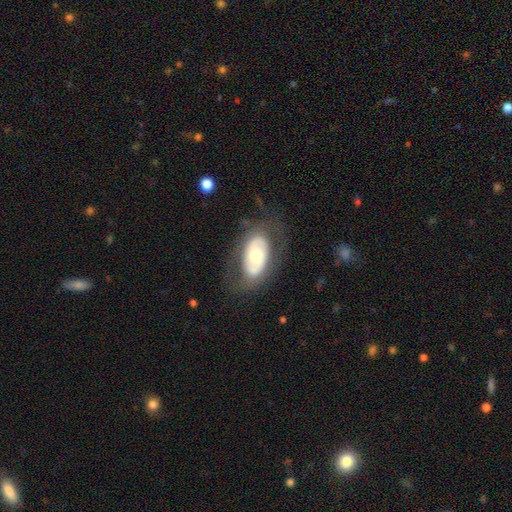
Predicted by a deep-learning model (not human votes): This is possibly a featured or disk galaxy (54%). It is clearly not viewed edge-on (90%). Merging: likely none (72%).